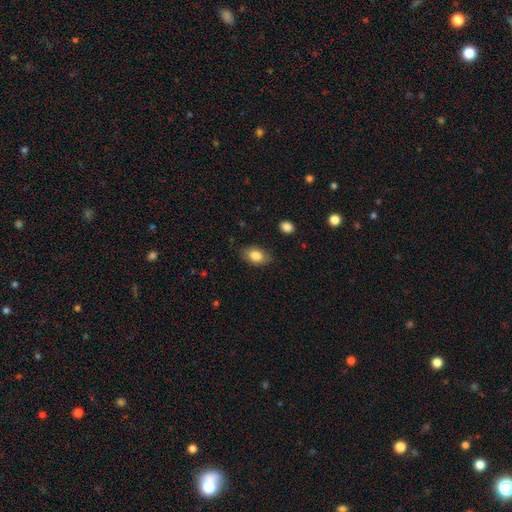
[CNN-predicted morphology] A smooth galaxy with no disk features (83%) that is in between round and cigar-shaped (86%).

Vote fractions:
- Smooth or featured? smooth: 83% / featured or disk: 10% / star or artifact: 8%
- How rounded? in between: 86% / round: 13% / cigar-shaped: 1%
- Merging? none: 83% / minor disturbance: 13% / major disturbance: 3% / merger: 1%